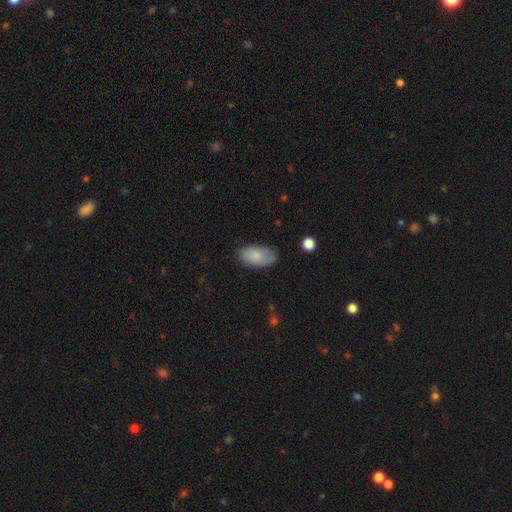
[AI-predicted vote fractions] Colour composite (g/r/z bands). It shows a smooth galaxy with no disk features (80%) that is in between round and cigar-shaped (94%). Merging: none (76%).